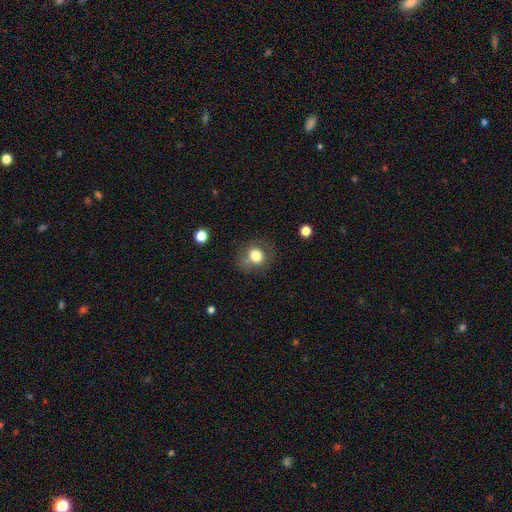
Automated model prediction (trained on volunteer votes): Smooth or featured: smooth — 77% (featured or disk — 12%)
How rounded: round — 75% (in between — 24%)
Merging: none — 72% (minor disturbance — 17%)